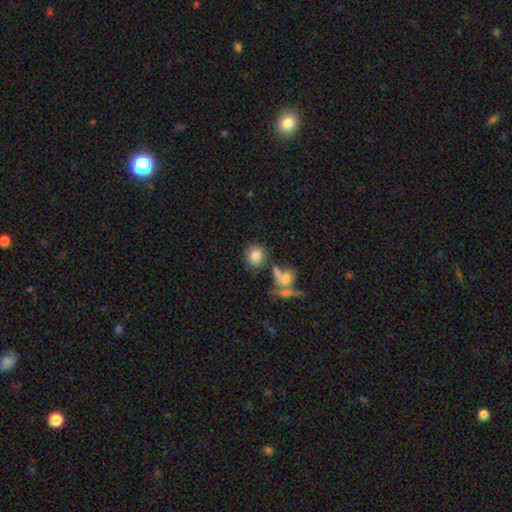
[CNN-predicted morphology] Smooth or featured? Predicted: smooth (p=0.78). How rounded? Predicted: round (p=0.81). Merging? Predicted: none (p=0.69).